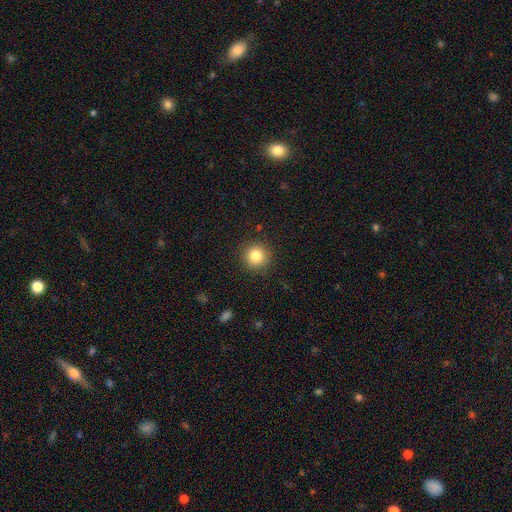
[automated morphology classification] The model was most divided on "smooth or featured": smooth: 83%, star or artifact: 11%, featured or disk: 6%. More confident: how rounded — round (93%); merging — none (90%).